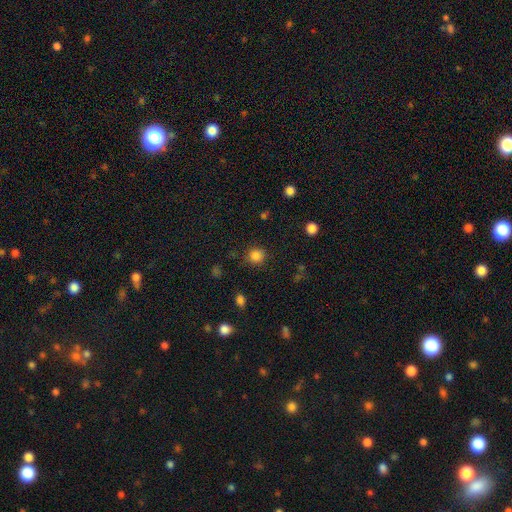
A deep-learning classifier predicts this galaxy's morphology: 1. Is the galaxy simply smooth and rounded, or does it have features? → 84% smooth, 13% star or artifact, 4% featured or disk.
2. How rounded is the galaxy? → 90% round, 9% in between, 1% cigar-shaped.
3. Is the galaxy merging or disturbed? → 85% none, 10% minor disturbance, 4% major disturbance, 2% merger.